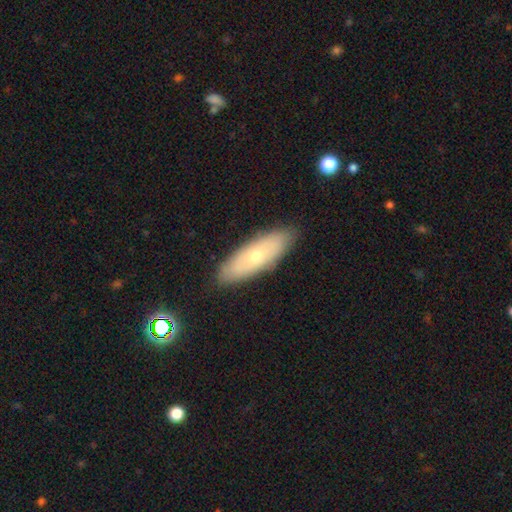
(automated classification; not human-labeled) Smooth or featured? Predicted: smooth (p=0.54). How rounded? Predicted: in between (p=0.64). Merging? Predicted: none (p=0.86).